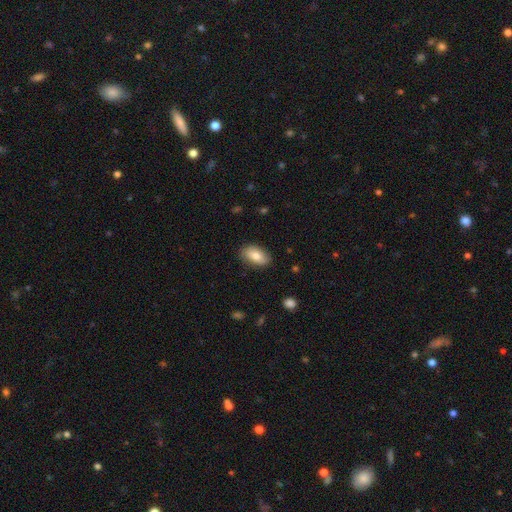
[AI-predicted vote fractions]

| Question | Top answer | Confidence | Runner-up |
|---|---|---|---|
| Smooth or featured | smooth | 81% | featured or disk (12%) |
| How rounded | in between | 92% | round (4%) |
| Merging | none | 84% | minor disturbance (12%) |